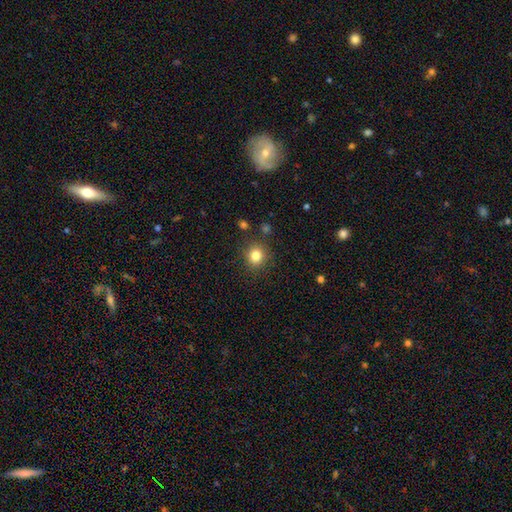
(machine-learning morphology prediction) Smooth or featured? smooth (82%)
How rounded? round (88%)
Merging? none (86%)